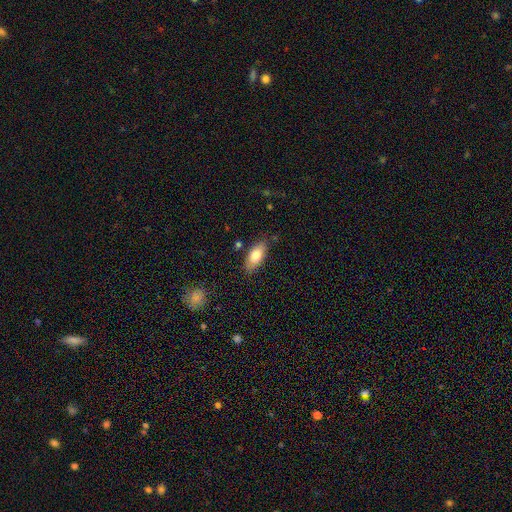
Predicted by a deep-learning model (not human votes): The model was most divided on "smooth or featured": smooth: 75%, featured or disk: 18%, star or artifact: 7%. More confident: how rounded — in between (83%); merging — none (82%).